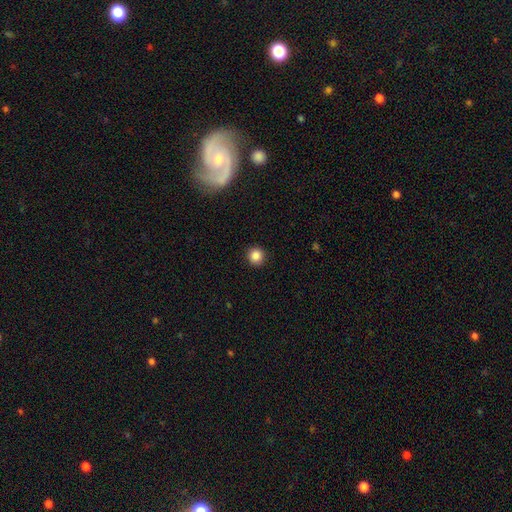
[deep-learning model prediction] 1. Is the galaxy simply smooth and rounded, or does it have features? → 86% smooth, 10% star or artifact, 4% featured or disk.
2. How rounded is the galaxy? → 94% round, 5% in between, 1% cigar-shaped.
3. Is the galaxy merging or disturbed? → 92% none, 5% minor disturbance, 2% major disturbance, 1% merger.